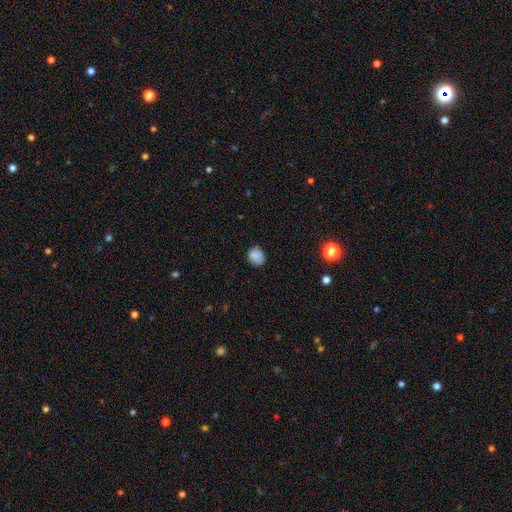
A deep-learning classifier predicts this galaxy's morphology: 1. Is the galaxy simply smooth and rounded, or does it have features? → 85% smooth, 10% star or artifact, 5% featured or disk.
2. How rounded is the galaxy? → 54% round, 45% in between, 1% cigar-shaped.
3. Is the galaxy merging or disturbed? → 76% none, 19% minor disturbance, 3% major disturbance, 1% merger.